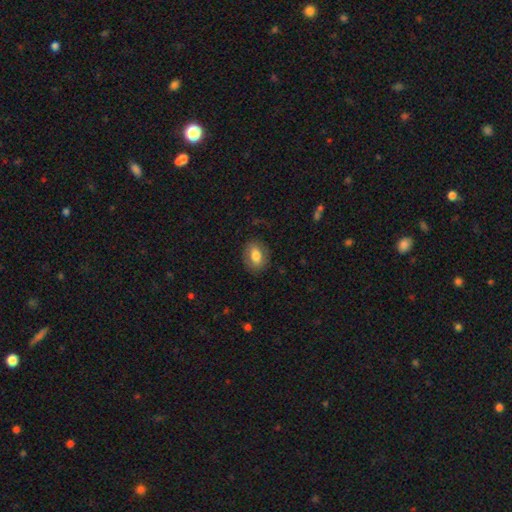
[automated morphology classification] smooth_or_featured: smooth (p=0.76) [alt: featured or disk p=0.17]
how_rounded: in between (p=0.74) [alt: round p=0.25]
merging: none (p=0.82) [alt: minor disturbance p=0.13]